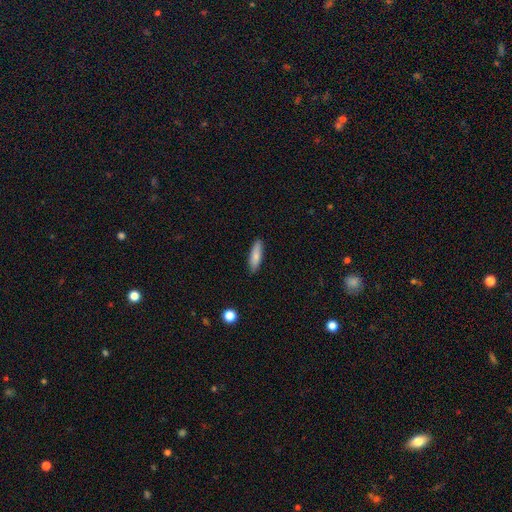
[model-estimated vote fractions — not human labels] This appears to be a smooth galaxy with no disk features (80%) that is cigar-shaped (60%). Merging: none (88%).